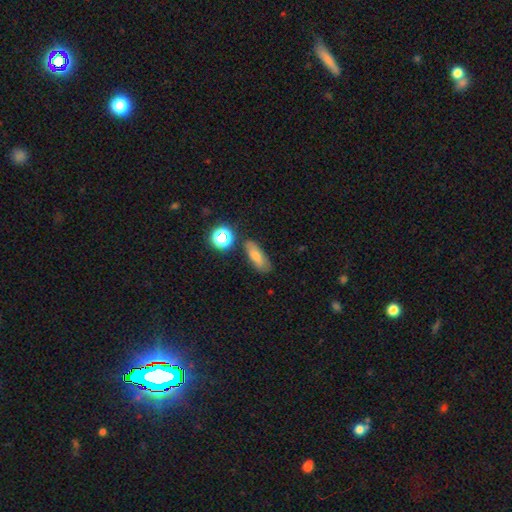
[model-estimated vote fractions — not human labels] Smooth or featured? Predicted: smooth (p=0.64). How rounded? Predicted: in between (p=0.65). Merging? Predicted: none (p=0.73).